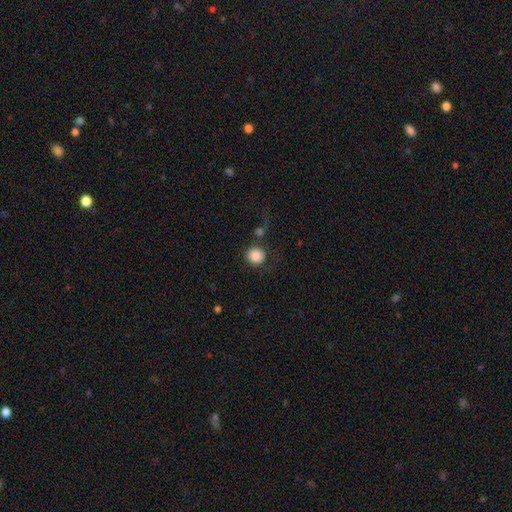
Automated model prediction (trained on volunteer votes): smooth-or-featured: smooth: 86% | star or artifact: 8% | featured or disk: 6%
  how-rounded: round: 88% | in between: 11% | cigar-shaped: 1%
  merging: none: 71% | minor disturbance: 11% | merger: 10% | major disturbance: 8%